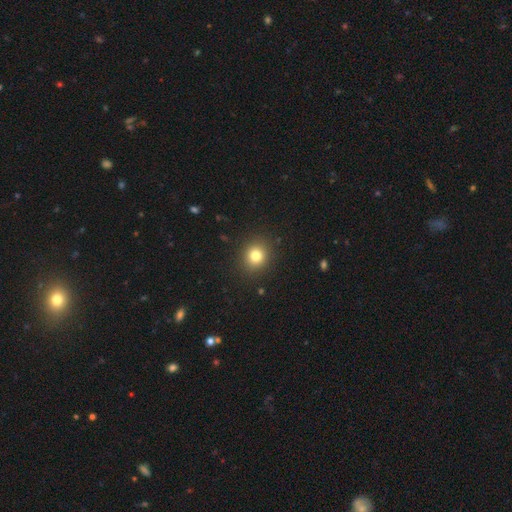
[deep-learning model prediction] A smooth galaxy with no disk features (80%) that is round (81%).

Vote fractions:
- Smooth or featured? smooth: 80% / star or artifact: 13% / featured or disk: 8%
- How rounded? round: 81% / in between: 18% / cigar-shaped: 1%
- Merging? none: 90% / minor disturbance: 6% / major disturbance: 2% / merger: 1%